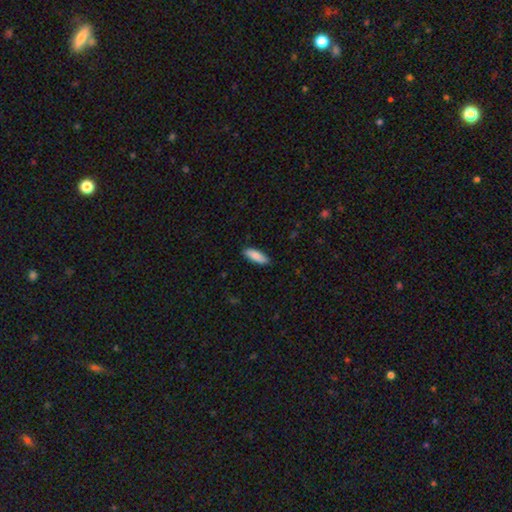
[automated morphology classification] Smooth or featured: smooth — 87% (featured or disk — 7%)
How rounded: in between — 59% (cigar-shaped — 39%)
Merging: none — 87% (minor disturbance — 10%)